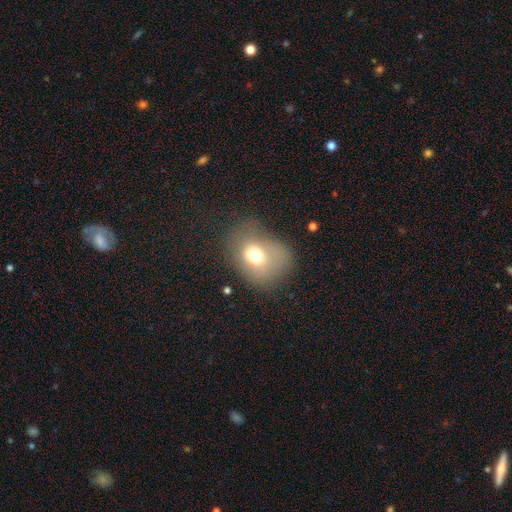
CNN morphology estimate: This is likely a smooth galaxy (67%). How rounded: possibly in between (57%). Merging: possibly none (51%).